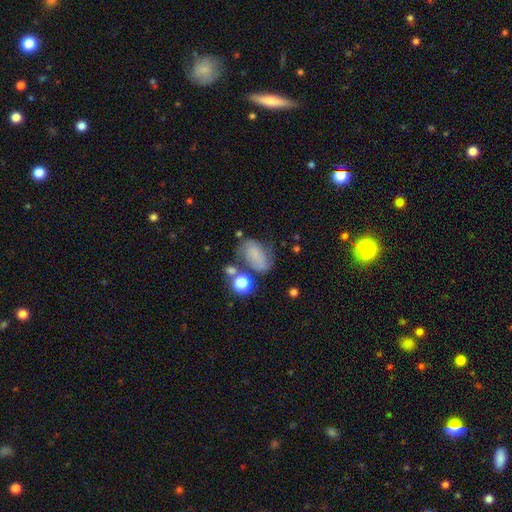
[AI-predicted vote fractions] Smooth or featured: smooth — 50% (featured or disk — 37%)
How rounded: in between — 81% (round — 16%)
Merging: none — 48% (minor disturbance — 25%)